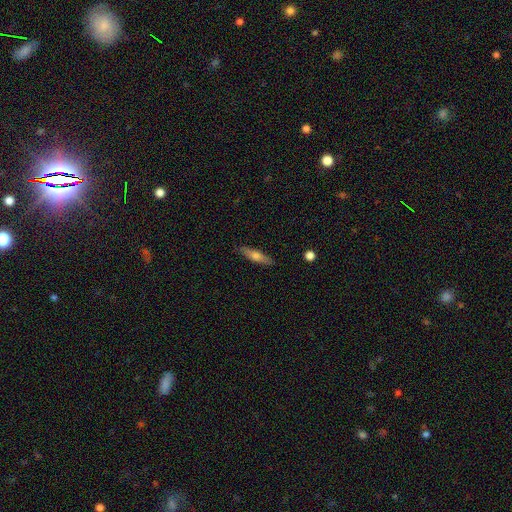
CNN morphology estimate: Smooth or featured?
  - smooth: 56% *
  - featured or disk: 38%
  - star or artifact: 6%
How rounded?
  - cigar-shaped: 72% *
  - in between: 25%
  - round: 2%
Merging?
  - none: 88% *
  - minor disturbance: 9%
  - major disturbance: 2%
  - merger: 1%